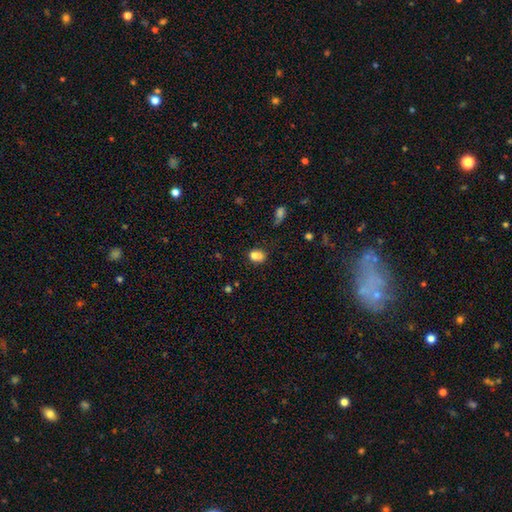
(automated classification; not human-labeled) smooth 75%, featured or disk 13%, star or artifact 12%. Down the decision tree: how rounded — in between (53%); merging — none (42%).